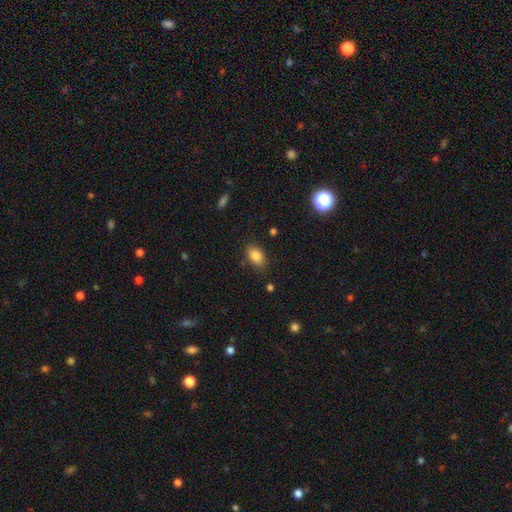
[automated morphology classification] This appears to be a smooth galaxy with no disk features (85%) that is in between round and cigar-shaped (88%). Merging: none (78%).